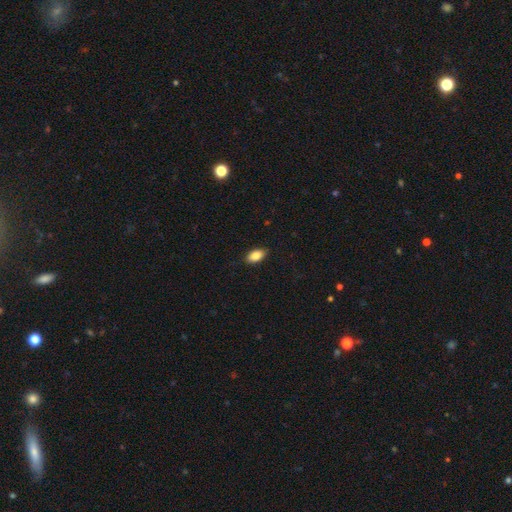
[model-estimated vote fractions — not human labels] This appears to be a smooth galaxy with no disk features (87%) that is in between round and cigar-shaped (92%). Merging: none (88%).